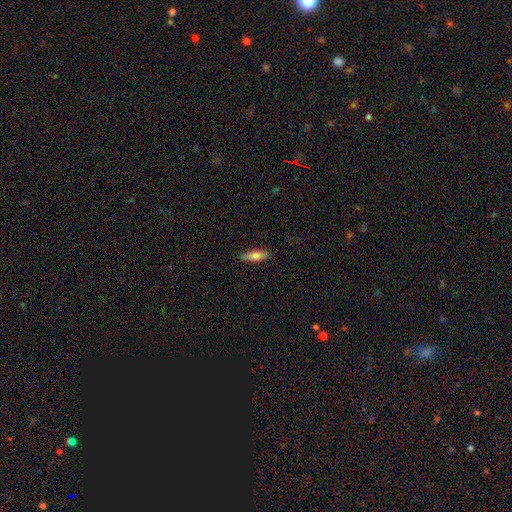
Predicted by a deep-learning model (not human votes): Morphology: type=smooth (73%); roundness=cigar-shaped (55%); merging=none (85%).